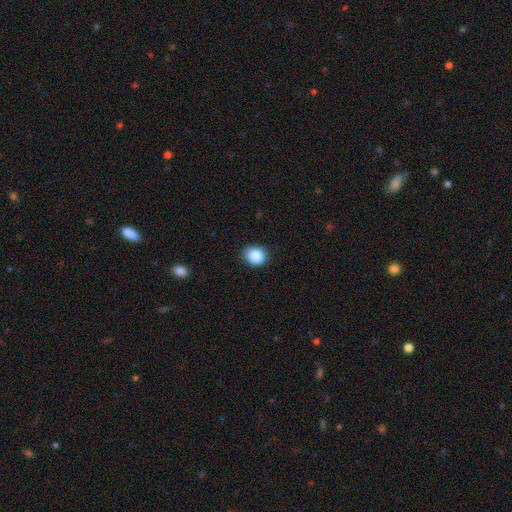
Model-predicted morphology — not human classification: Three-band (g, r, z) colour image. It shows a smooth galaxy with no disk features (86%) that is round (68%). Merging: none (84%).